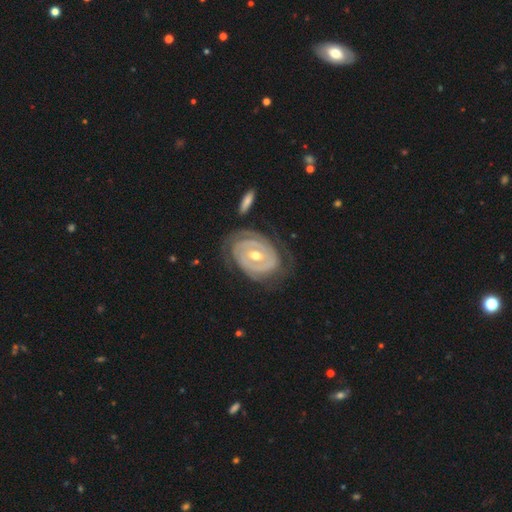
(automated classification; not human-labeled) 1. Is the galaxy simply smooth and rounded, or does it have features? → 86% featured or disk, 10% smooth, 4% star or artifact.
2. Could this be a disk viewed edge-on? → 96% no, 4% yes.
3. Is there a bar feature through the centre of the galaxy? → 41% no, 38% weak, 21% strong.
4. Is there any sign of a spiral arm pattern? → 87% yes, 13% no.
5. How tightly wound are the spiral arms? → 78% tight, 16% medium, 5% loose.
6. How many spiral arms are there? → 51% 2, 27% can't tell, 9% 3, 7% 1, 3% 4, 3% more than 4.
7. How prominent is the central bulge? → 70% moderate, 25% small, 3% large, 1% none, 1% dominant.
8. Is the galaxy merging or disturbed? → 69% none, 18% minor disturbance, 9% major disturbance, 3% merger.